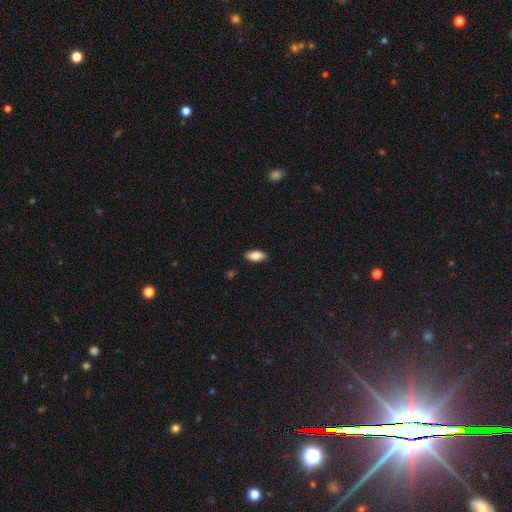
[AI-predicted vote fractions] Smooth or featured: smooth — 84% (featured or disk — 10%)
How rounded: in between — 89% (cigar-shaped — 9%)
Merging: none — 88% (minor disturbance — 9%)